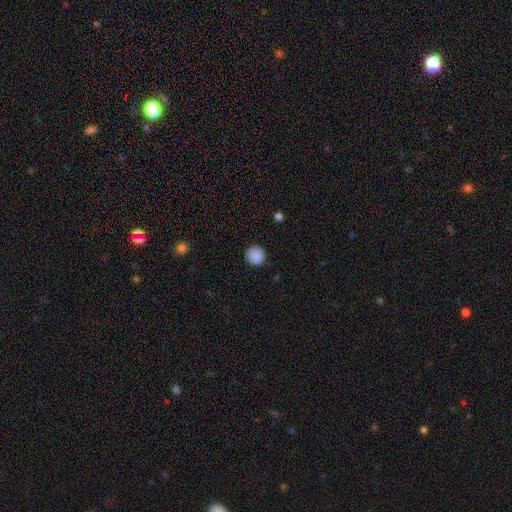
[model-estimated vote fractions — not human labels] smooth-or-featured: smooth: 89% | star or artifact: 9% | featured or disk: 3%
  how-rounded: round: 94% | in between: 5% | cigar-shaped: 1%
  merging: none: 91% | minor disturbance: 6% | major disturbance: 2% | merger: 1%